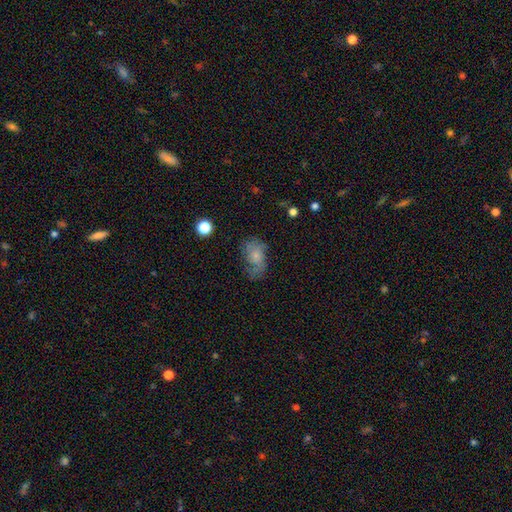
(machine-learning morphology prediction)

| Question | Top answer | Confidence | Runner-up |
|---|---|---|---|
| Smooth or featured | smooth | 50% | featured or disk (39%) |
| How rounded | in between | 83% | round (15%) |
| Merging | none | 49% | minor disturbance (27%) |